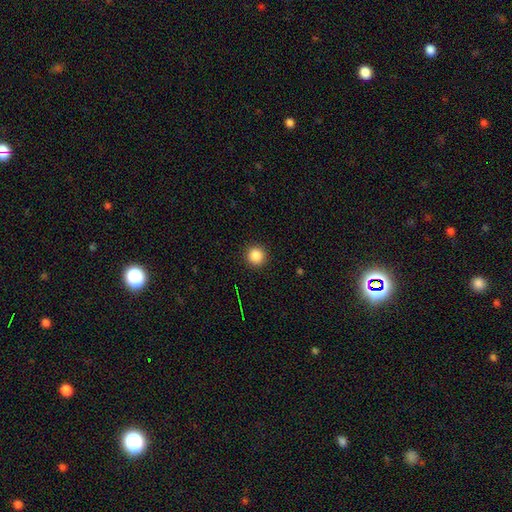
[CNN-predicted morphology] Smooth or featured: smooth — 86% (star or artifact — 10%)
How rounded: round — 95% (in between — 4%)
Merging: none — 92% (minor disturbance — 5%)